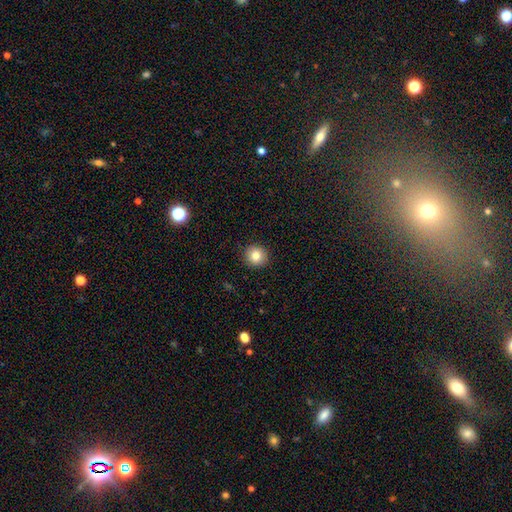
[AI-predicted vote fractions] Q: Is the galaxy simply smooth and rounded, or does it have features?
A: smooth — 82%.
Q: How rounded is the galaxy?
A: round — 91%.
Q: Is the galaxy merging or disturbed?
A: none — 92%.